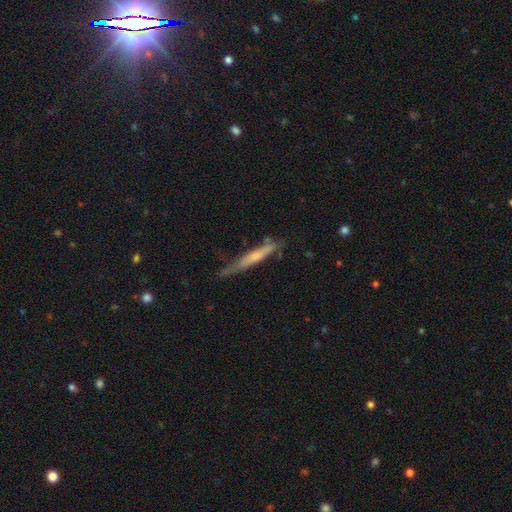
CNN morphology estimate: This appears to be a featured or disk galaxy (47%). Merging: none (54%).